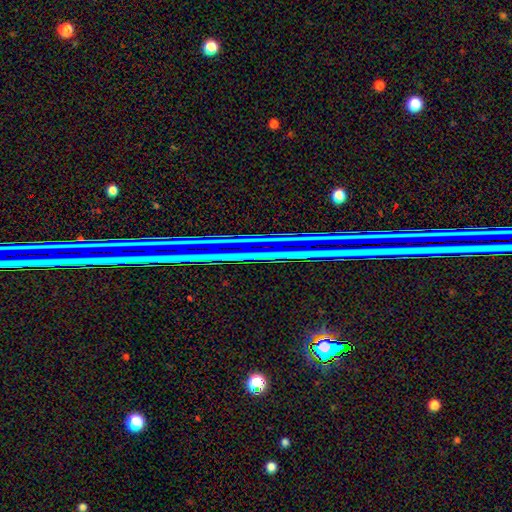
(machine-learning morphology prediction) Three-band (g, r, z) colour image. It shows a star or artifact, not a galaxy (78%).